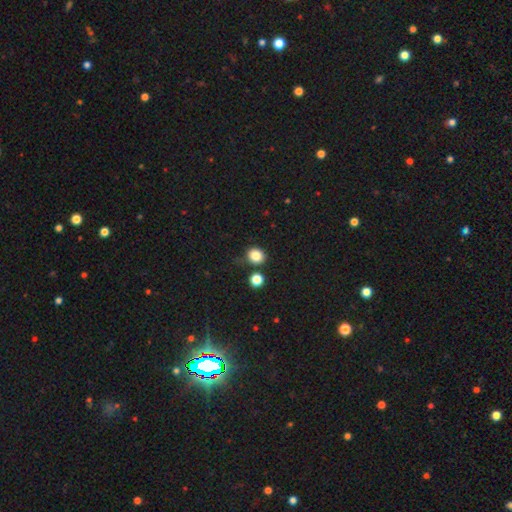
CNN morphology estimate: type=smooth (84%); roundness=round (78%); merging=none (77%).